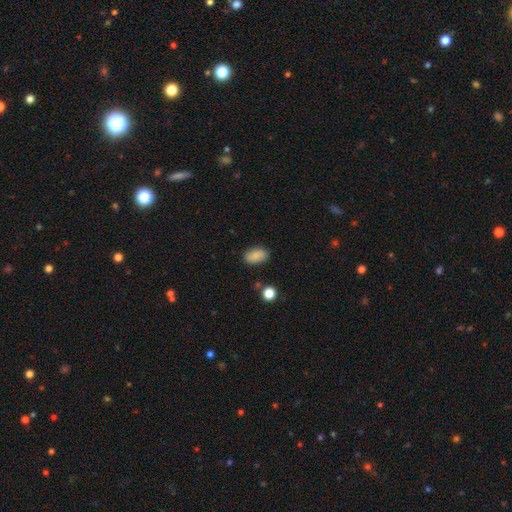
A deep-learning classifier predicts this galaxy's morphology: A smooth galaxy with no disk features (85%) that is in between round and cigar-shaped (90%).

Vote fractions:
- Smooth or featured? smooth: 85% / star or artifact: 9% / featured or disk: 6%
- How rounded? in between: 90% / round: 8% / cigar-shaped: 2%
- Merging? none: 82% / minor disturbance: 13% / major disturbance: 3% / merger: 2%